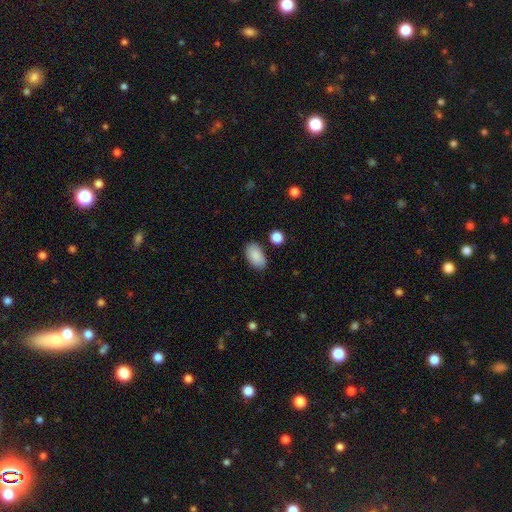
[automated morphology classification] Smooth or featured? smooth (89%)
How rounded? in between (94%)
Merging? none (83%)